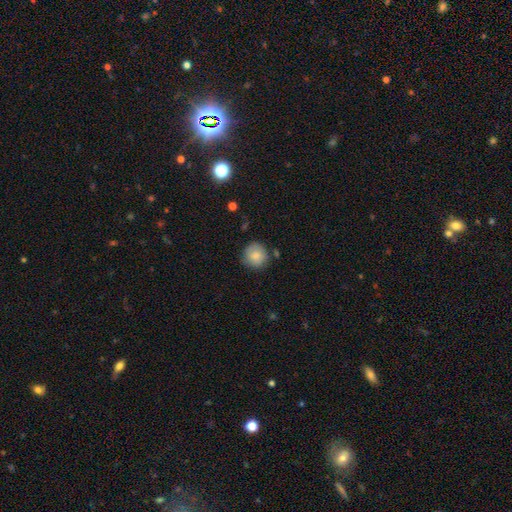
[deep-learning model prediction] The model was most divided on "merging": none: 78%, minor disturbance: 15%, major disturbance: 3%, merger: 3%. More confident: how rounded — round (92%); smooth or featured — smooth (82%).